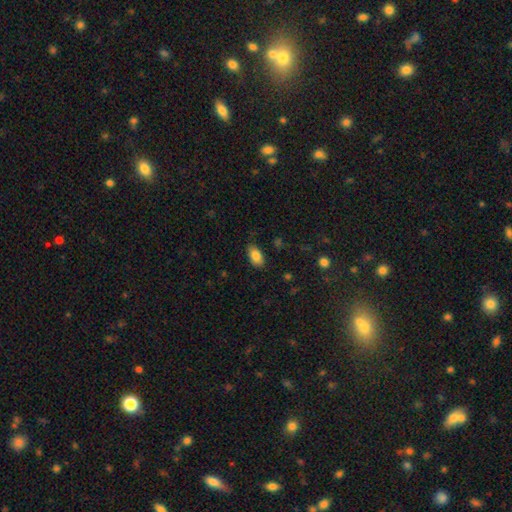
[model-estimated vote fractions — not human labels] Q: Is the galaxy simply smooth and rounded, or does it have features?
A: smooth — 86%.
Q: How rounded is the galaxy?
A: in between — 93%.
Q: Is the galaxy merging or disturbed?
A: none — 82%.